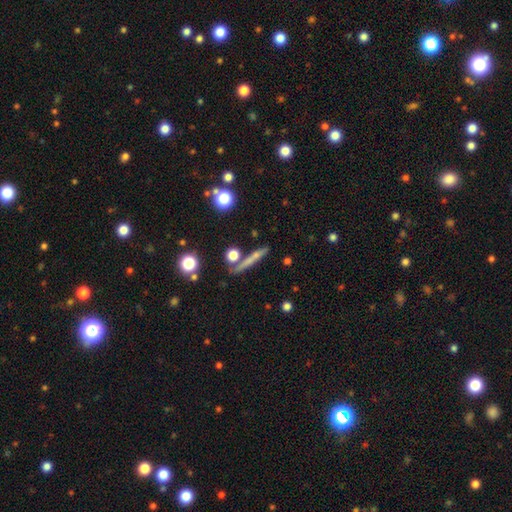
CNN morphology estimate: smooth 47%, featured or disk 41%, star or artifact 11%. Down the decision tree: merging — none (76%).